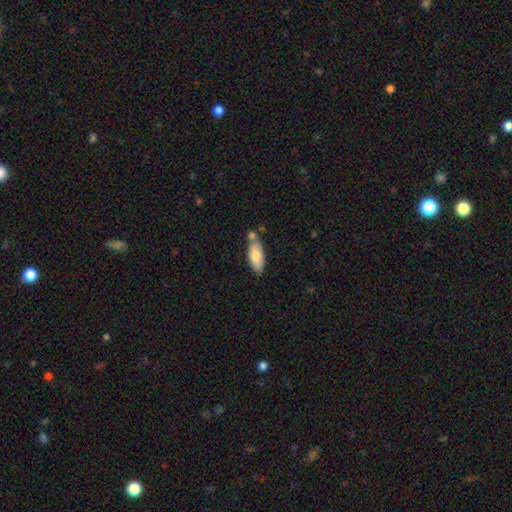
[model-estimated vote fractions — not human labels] This appears to be a smooth galaxy with no disk features (79%) that is in between round and cigar-shaped (83%). Merging: none (58%).